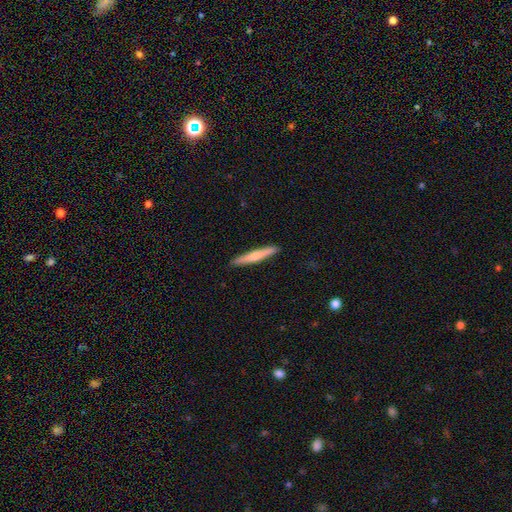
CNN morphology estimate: Q: Smooth or featured?
A: smooth (59%); runner-up: featured or disk (36%)
Q: How rounded?
A: cigar-shaped (95%); runner-up: in between (4%)
Q: Merging?
A: none (91%); runner-up: minor disturbance (6%)